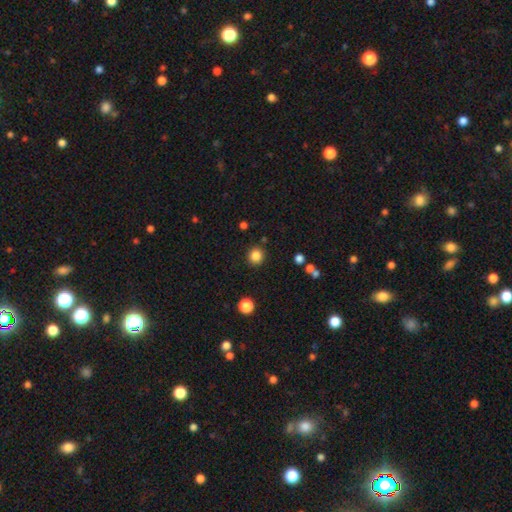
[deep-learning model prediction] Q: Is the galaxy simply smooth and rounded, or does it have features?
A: smooth — 85%.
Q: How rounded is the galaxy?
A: round — 92%.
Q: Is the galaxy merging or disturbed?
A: none — 89%.